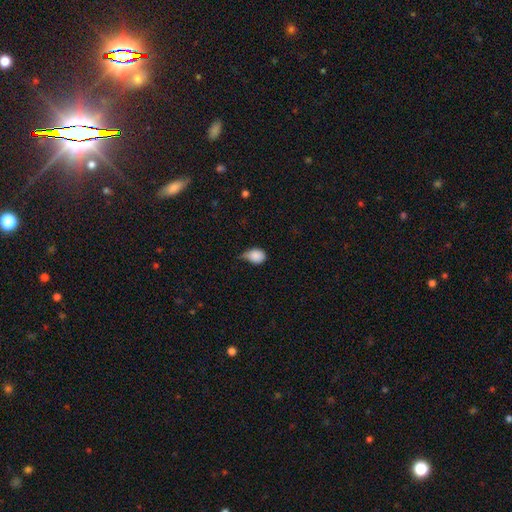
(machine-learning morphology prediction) A smooth galaxy with no disk features (85%) that is in between round and cigar-shaped (51%). Merging: minor disturbance (53%).